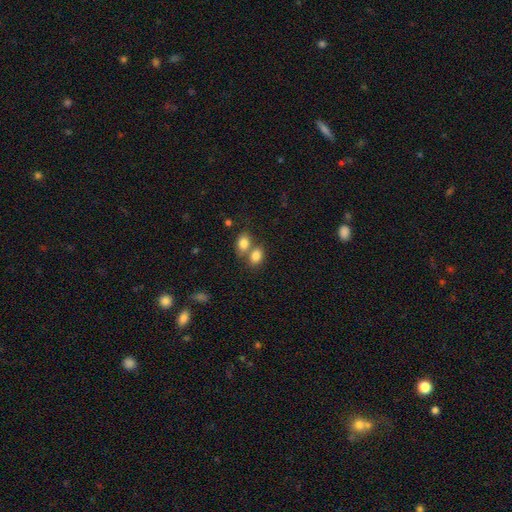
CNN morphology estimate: smooth_or_featured: smooth (p=0.82) [alt: star or artifact p=0.09]
how_rounded: in between (p=0.77) [alt: round p=0.21]
merging: merger (p=0.51) [alt: none p=0.37]